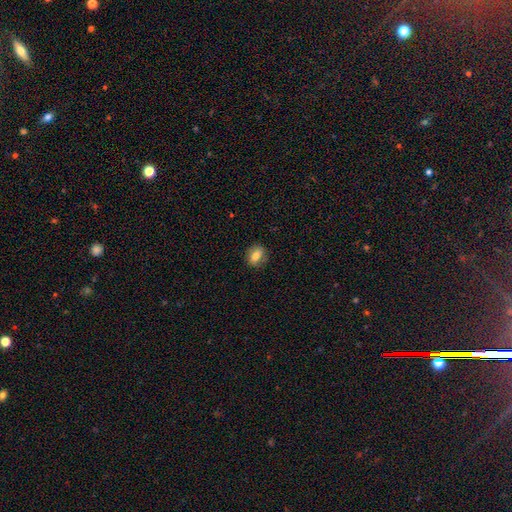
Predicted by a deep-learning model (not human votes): This is likely a smooth galaxy (76%). How rounded: possibly in between (58%). Merging: clearly none (84%).